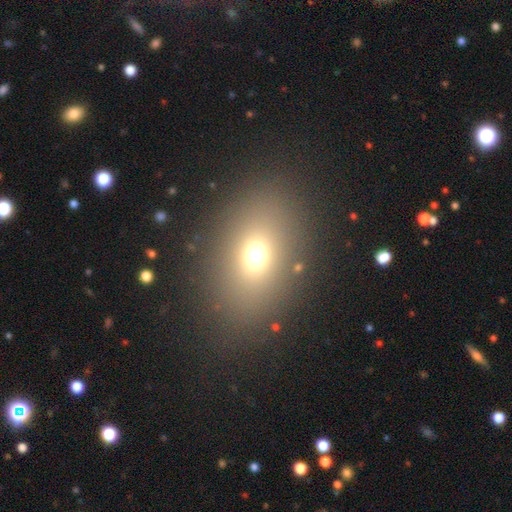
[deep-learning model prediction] Morphology: type=smooth (68%); roundness=in between (62%); merging=none (83%).